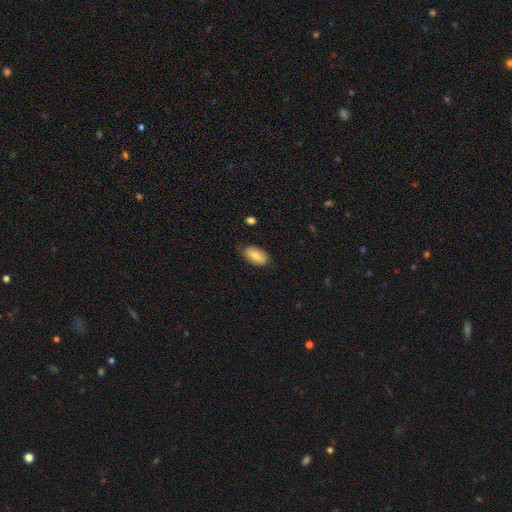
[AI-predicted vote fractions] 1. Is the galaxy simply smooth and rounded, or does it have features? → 80% smooth, 13% featured or disk, 7% star or artifact.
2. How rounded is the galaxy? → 94% in between, 4% round, 2% cigar-shaped.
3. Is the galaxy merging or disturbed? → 77% none, 19% minor disturbance, 3% major disturbance, 1% merger.